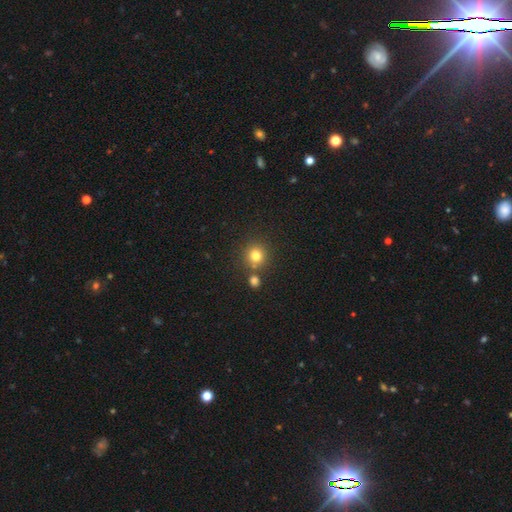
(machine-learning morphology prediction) Q: Smooth or featured?
A: smooth (78%); runner-up: star or artifact (14%)
Q: How rounded?
A: round (93%); runner-up: in between (7%)
Q: Merging?
A: none (76%); runner-up: merger (14%)